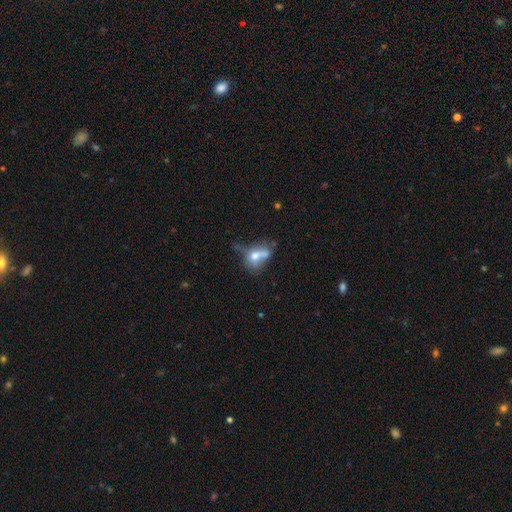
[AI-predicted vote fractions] Morphology: type=smooth (58%); roundness=in between (64%); merging=merger (35%).